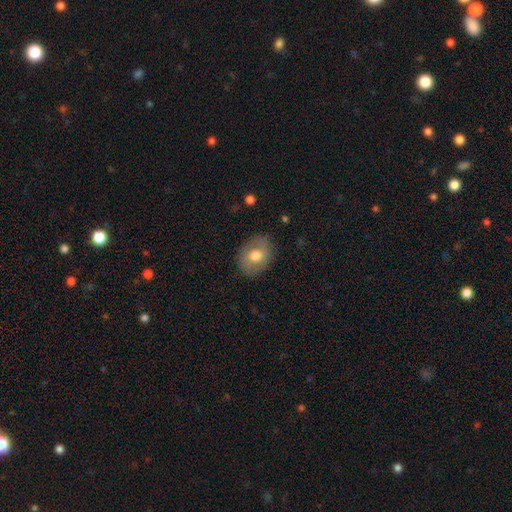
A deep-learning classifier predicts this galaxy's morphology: type=smooth (67%); roundness=in between (59%); merging=none (82%).